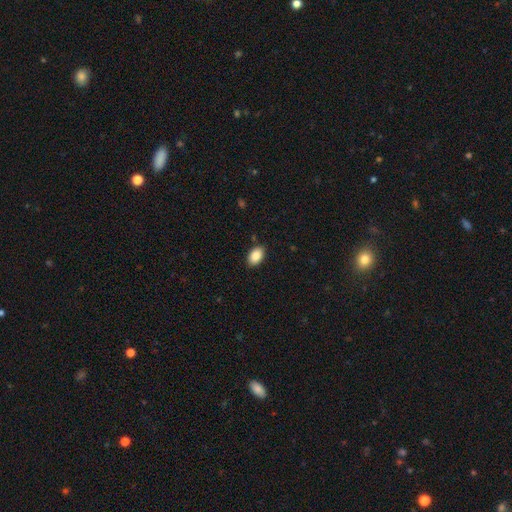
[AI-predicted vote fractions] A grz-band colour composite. It shows a smooth galaxy with no disk features (87%) that is in between round and cigar-shaped (90%). Merging: none (87%).